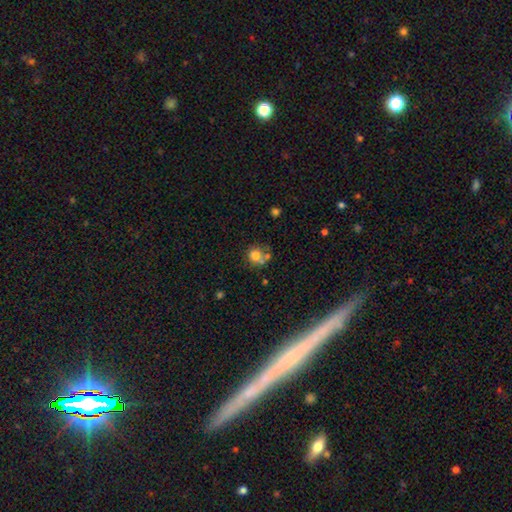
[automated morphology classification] This is likely a smooth galaxy (74%). How rounded: likely round (79%). Merging: possibly none (47%).